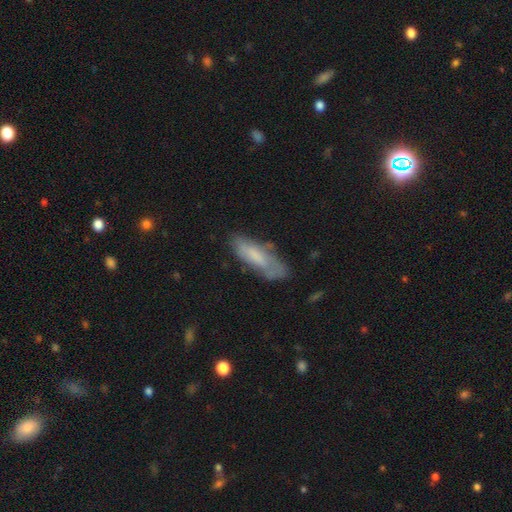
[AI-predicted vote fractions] A smooth galaxy with no disk features (62%) that is in between round and cigar-shaped (52%).

Vote fractions:
- Smooth or featured? smooth: 62% / featured or disk: 31% / star or artifact: 7%
- How rounded? in between: 52% / cigar-shaped: 46% / round: 2%
- Merging? none: 61% / minor disturbance: 26% / major disturbance: 9% / merger: 3%